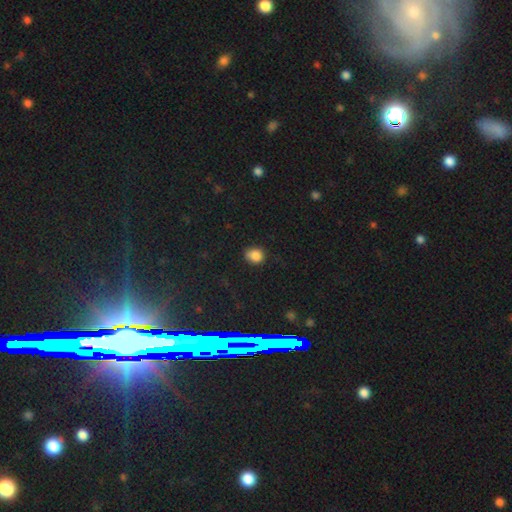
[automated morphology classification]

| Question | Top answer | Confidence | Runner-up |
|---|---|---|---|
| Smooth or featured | smooth | 83% | star or artifact (12%) |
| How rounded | round | 64% | in between (35%) |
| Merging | none | 77% | minor disturbance (18%) |